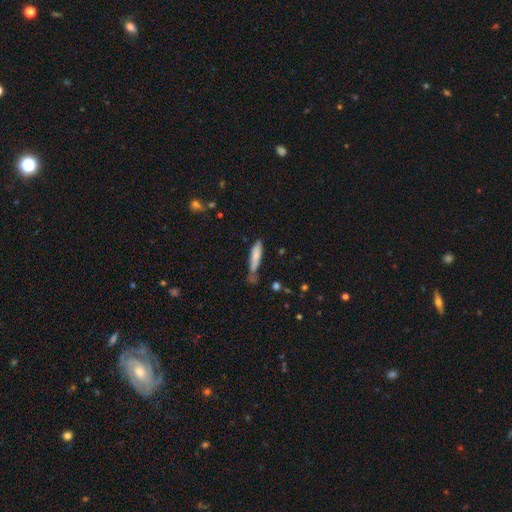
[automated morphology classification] smooth 76%, featured or disk 18%, star or artifact 7%. Down the decision tree: how rounded — cigar-shaped (77%); merging — none (52%).